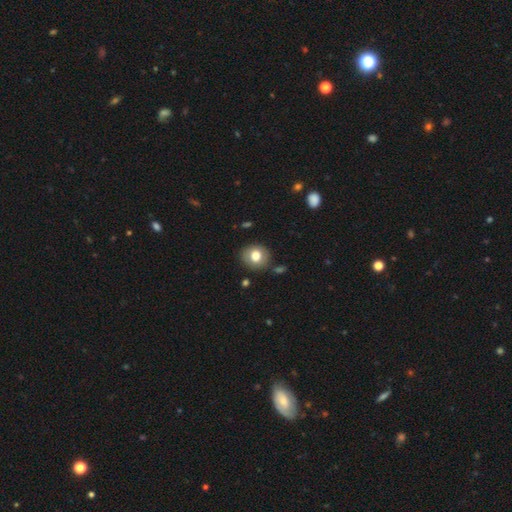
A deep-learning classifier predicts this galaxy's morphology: smooth 75%, featured or disk 17%, star or artifact 8%. Down the decision tree: how rounded — round (80%); merging — none (83%).